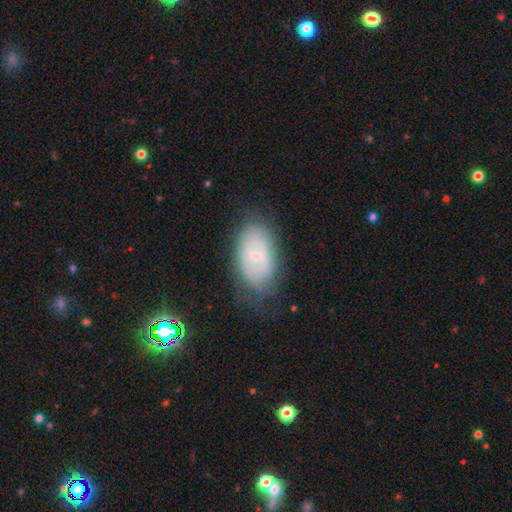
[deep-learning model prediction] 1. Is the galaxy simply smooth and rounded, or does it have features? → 57% featured or disk, 34% smooth, 9% star or artifact.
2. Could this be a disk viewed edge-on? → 92% no, 8% yes.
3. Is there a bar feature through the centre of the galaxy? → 44% weak, 40% no, 16% strong.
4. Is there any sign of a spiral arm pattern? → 52% no, 48% yes.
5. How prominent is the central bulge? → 64% small, 32% moderate, 2% none, 1% large, 1% dominant.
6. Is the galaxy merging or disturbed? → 70% none, 21% minor disturbance, 8% major disturbance, 1% merger.